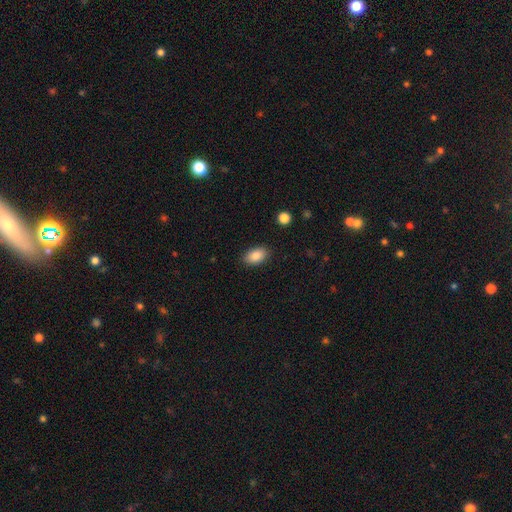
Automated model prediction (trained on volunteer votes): This appears to be a smooth galaxy with no disk features (87%) that is in between round and cigar-shaped (91%). Merging: none (87%).